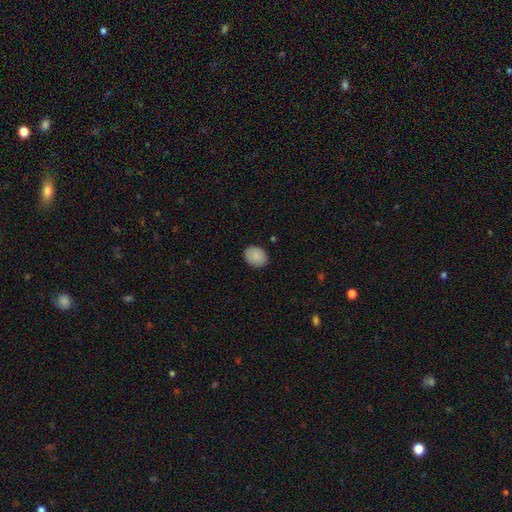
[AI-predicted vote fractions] This is clearly a smooth galaxy (89%). How rounded: possibly in between (50%). Merging: clearly none (87%).